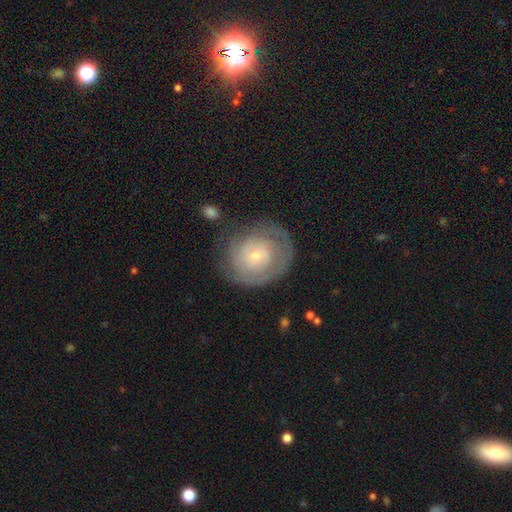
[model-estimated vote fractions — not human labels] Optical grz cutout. It shows a featured or disk galaxy (67%) with no bar (76%), tight (72%) spiral arms (80%) and a small central bulge (76%). Merging: none (67%).